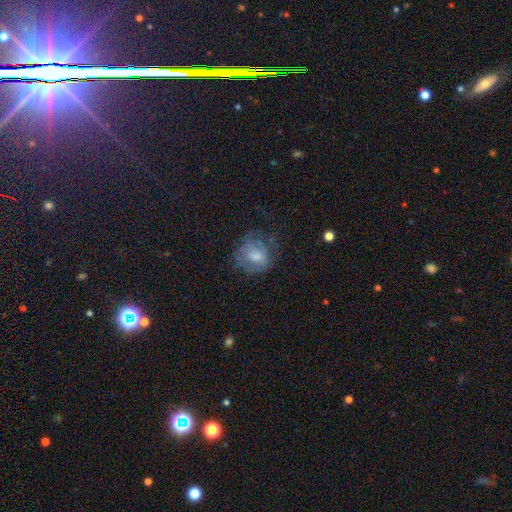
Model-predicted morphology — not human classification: This is possibly a smooth galaxy (45%). Merging: possibly none (59%).